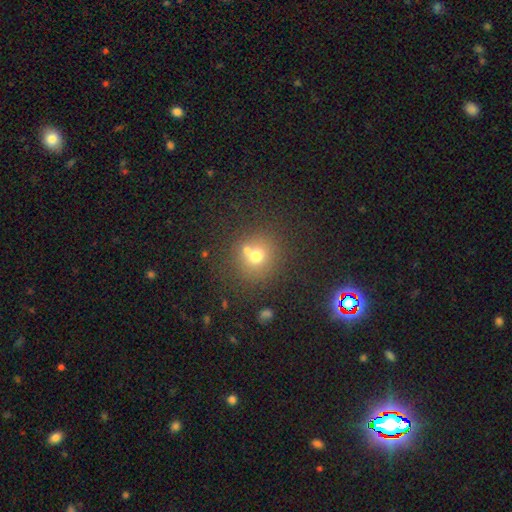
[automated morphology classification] The model was most divided on "merging": none: 58%, merger: 29%, minor disturbance: 9%, major disturbance: 4%. More confident: how rounded — round (86%); smooth or featured — smooth (67%).